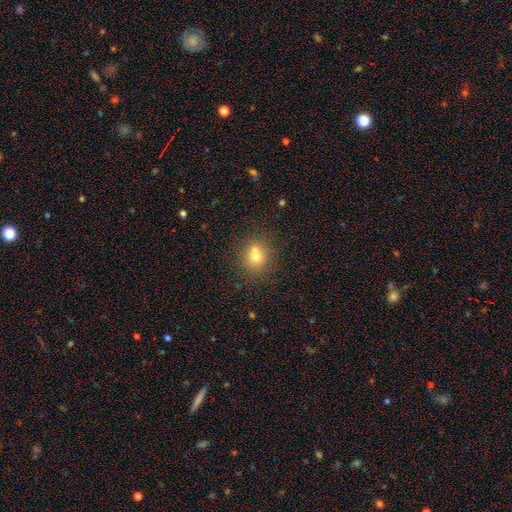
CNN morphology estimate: Smooth or featured? Predicted: smooth (p=0.69). How rounded? Predicted: round (p=0.84). Merging? Predicted: none (p=0.53).